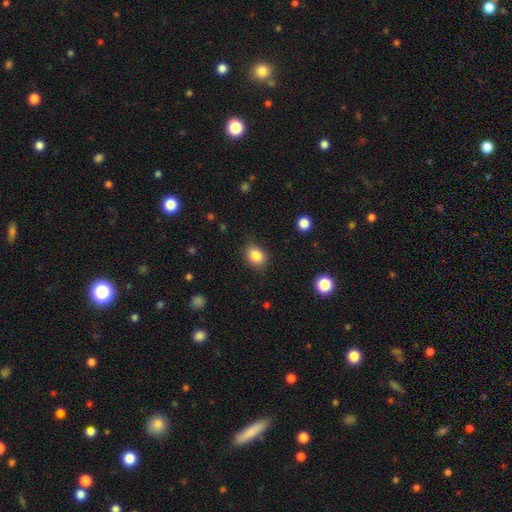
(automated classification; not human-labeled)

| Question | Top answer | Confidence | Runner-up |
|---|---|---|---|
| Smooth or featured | smooth | 84% | star or artifact (10%) |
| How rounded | in between | 55% | round (44%) |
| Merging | none | 84% | minor disturbance (12%) |